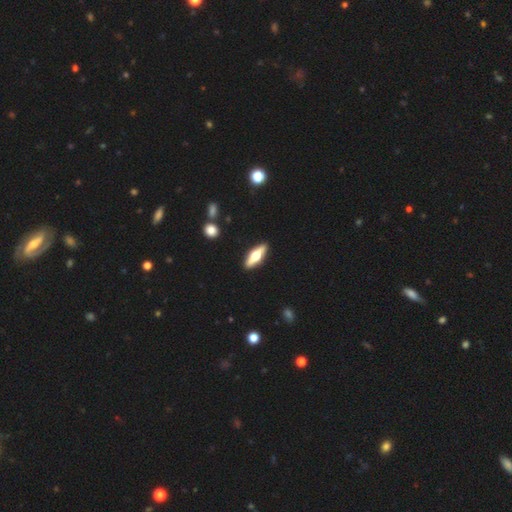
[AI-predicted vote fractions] smooth_or_featured: featured or disk (p=0.57) [alt: smooth p=0.37]
disk_edge_on: yes (p=0.92) [alt: no p=0.08]
edge_on_bulge: rounded (p=0.95) [alt: boxy p=0.03]
merging: none (p=0.90) [alt: minor disturbance p=0.07]